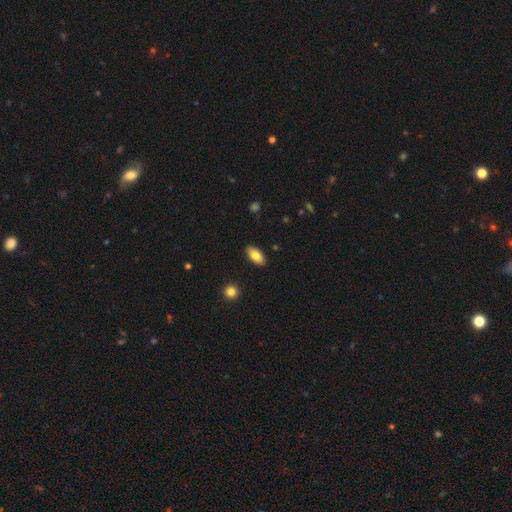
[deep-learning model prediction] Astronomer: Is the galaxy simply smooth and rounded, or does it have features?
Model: smooth — 82%.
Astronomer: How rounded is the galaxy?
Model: in between — 91%.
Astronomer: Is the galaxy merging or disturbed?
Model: none — 88%.